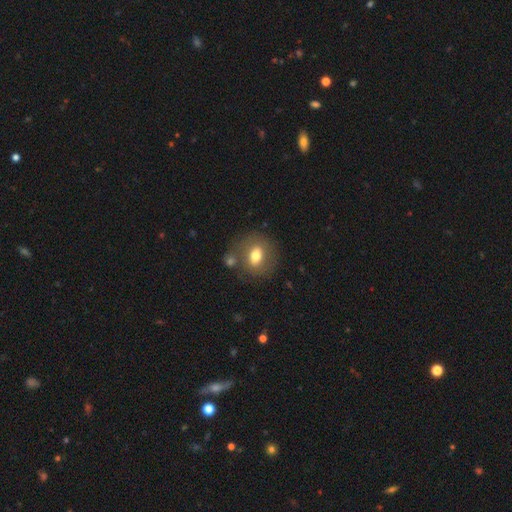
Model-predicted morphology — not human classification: Overall: smooth (68%). How rounded: round (52%; in between 47%). Merging: none (69%).